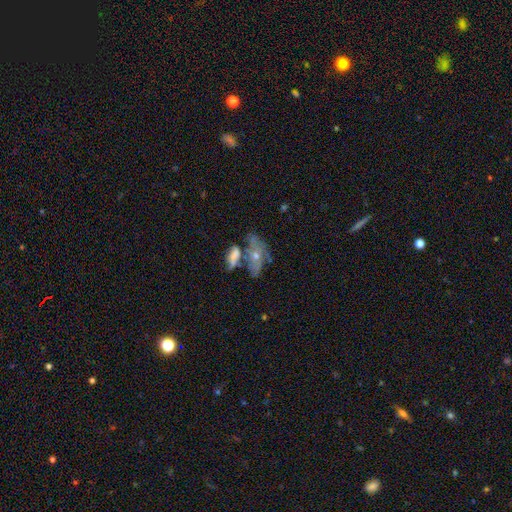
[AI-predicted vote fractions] Overall: featured or disk (53%; smooth 34%). Edge-on disk: no (83%). Merging: none (39%; merger 36%).